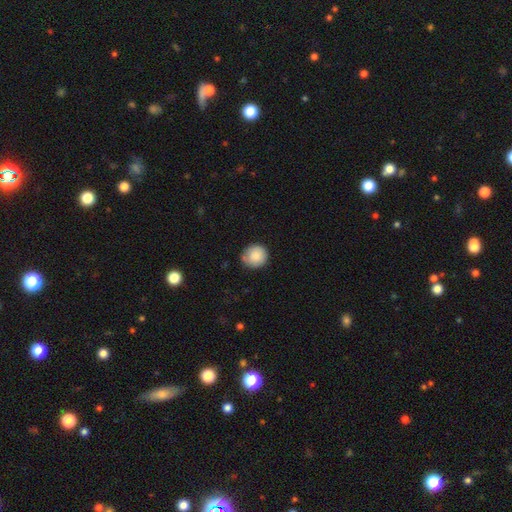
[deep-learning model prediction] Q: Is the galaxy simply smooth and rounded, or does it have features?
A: smooth — 84%.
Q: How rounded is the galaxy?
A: round — 90%.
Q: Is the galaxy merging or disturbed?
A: none — 77%.